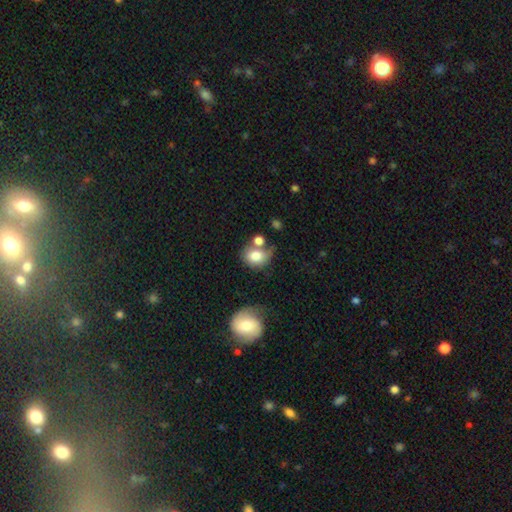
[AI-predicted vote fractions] A smooth galaxy with no disk features (79%) that is in between round and cigar-shaped (52%).

Vote fractions:
- Smooth or featured? smooth: 79% / featured or disk: 13% / star or artifact: 8%
- How rounded? in between: 52% / round: 47% / cigar-shaped: 1%
- Merging? none: 37% / merger: 32% / minor disturbance: 20% / major disturbance: 11%